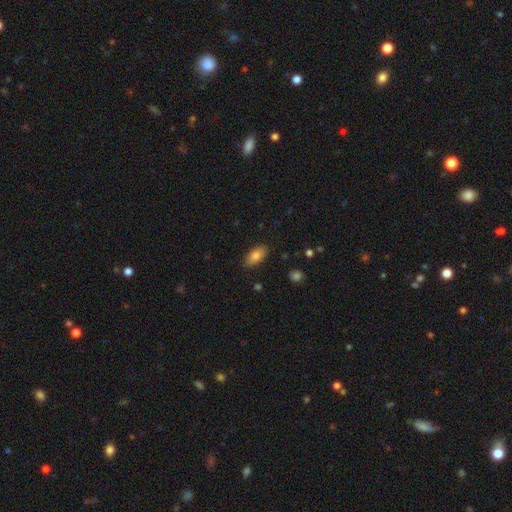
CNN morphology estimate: Q: Smooth or featured?
A: smooth (83%); runner-up: featured or disk (10%)
Q: How rounded?
A: in between (89%); runner-up: cigar-shaped (8%)
Q: Merging?
A: none (87%); runner-up: minor disturbance (10%)